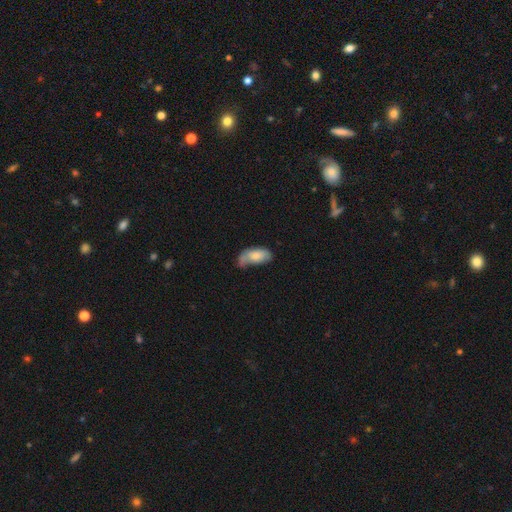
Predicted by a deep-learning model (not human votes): Overall: smooth (72%). How rounded: in between (92%). Merging: minor disturbance (36%; none 32%).